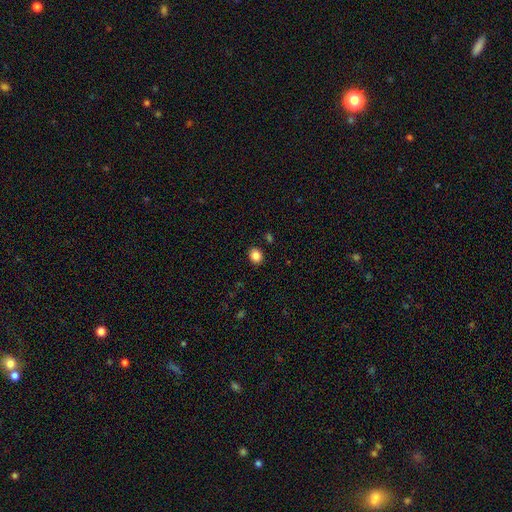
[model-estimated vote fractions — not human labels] This appears to be a smooth galaxy with no disk features (86%) that is round (57%). Merging: none (90%).